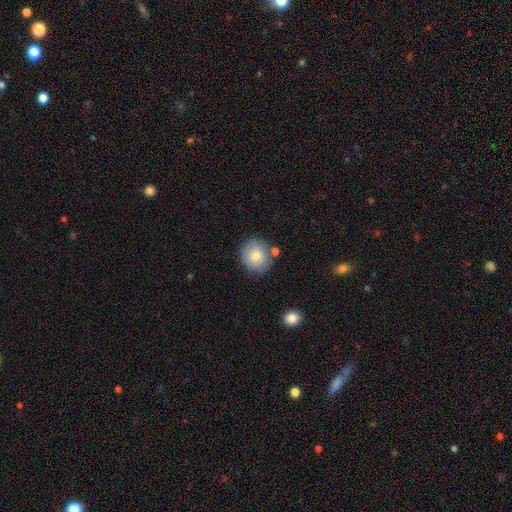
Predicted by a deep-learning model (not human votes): smooth 77%, featured or disk 14%, star or artifact 9%. Down the decision tree: how rounded — round (85%); merging — none (78%).